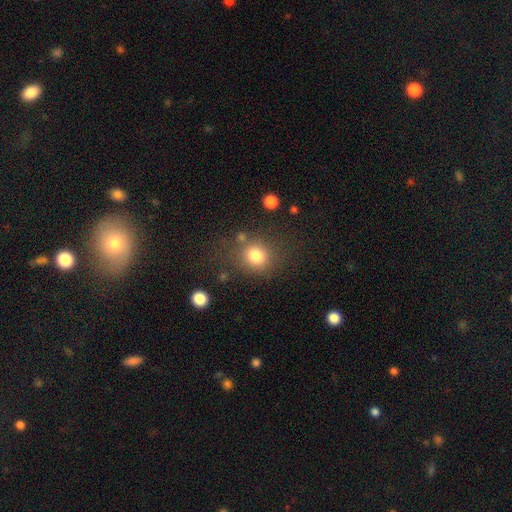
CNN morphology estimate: Smooth or featured?
  - smooth: 81% *
  - star or artifact: 11%
  - featured or disk: 7%
How rounded?
  - round: 79% *
  - in between: 20%
  - cigar-shaped: 1%
Merging?
  - none: 74% *
  - minor disturbance: 13%
  - major disturbance: 7%
  - merger: 6%